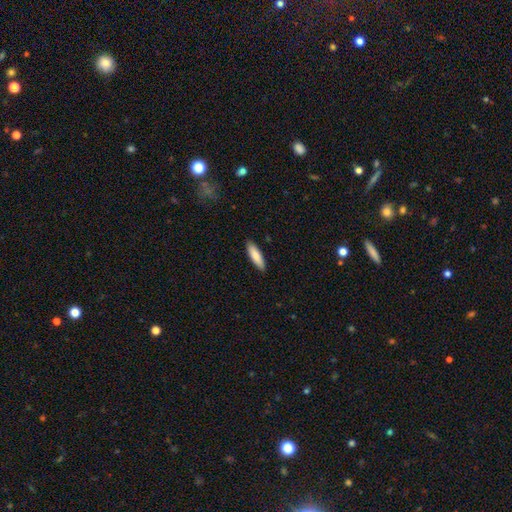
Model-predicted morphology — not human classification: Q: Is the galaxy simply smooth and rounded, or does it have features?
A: smooth — 84%.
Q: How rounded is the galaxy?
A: cigar-shaped — 57%.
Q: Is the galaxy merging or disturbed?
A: none — 90%.